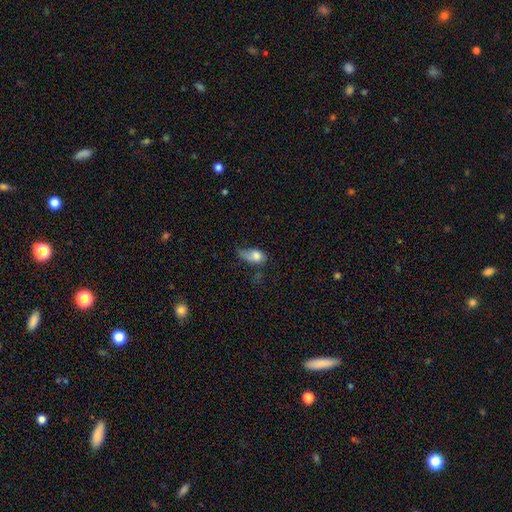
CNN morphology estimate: A smooth galaxy with no disk features (74%) that is in between round and cigar-shaped (80%). Merging: major disturbance (37%).